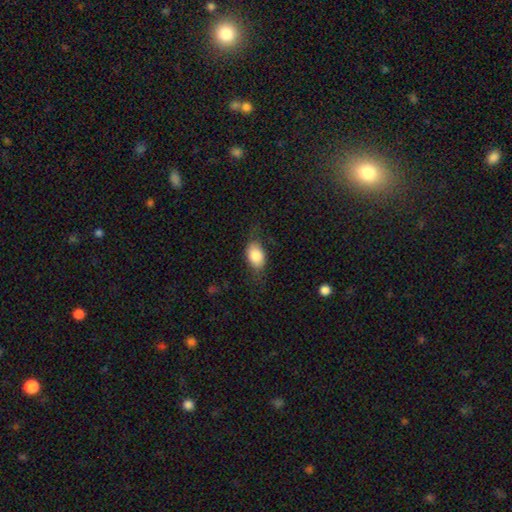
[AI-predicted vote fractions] A smooth galaxy with no disk features (80%) that is in between round and cigar-shaped (85%). Merging: none (64%).